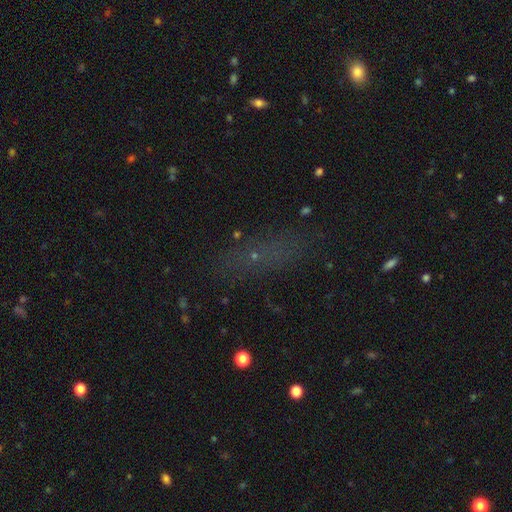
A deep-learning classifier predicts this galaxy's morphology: Smooth or featured: smooth — 45% (star or artifact — 38%)
Merging: none — 73% (minor disturbance — 15%)